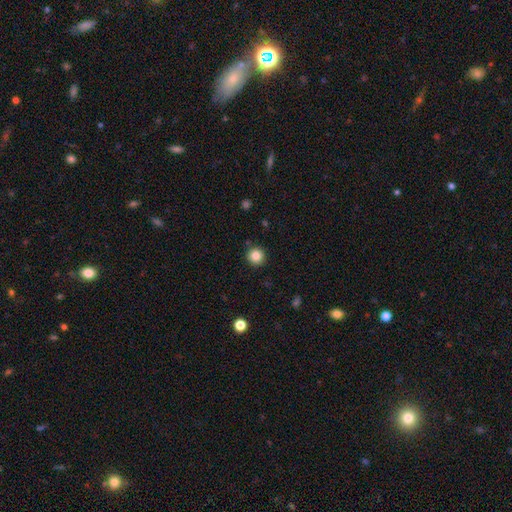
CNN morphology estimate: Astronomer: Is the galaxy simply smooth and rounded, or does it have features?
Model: smooth — 85%.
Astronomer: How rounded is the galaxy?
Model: round — 95%.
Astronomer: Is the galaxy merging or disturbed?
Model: none — 91%.